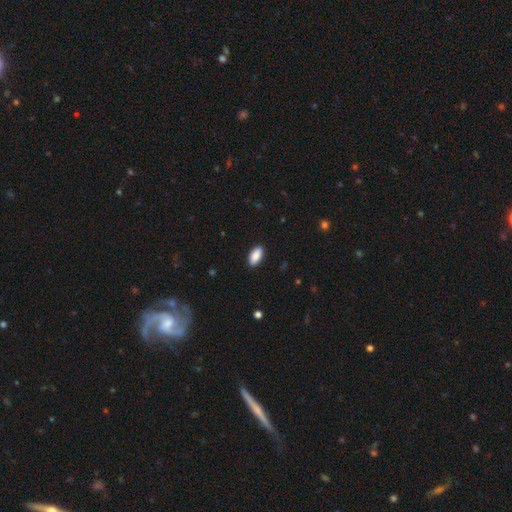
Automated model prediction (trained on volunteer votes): Smooth or featured?
  - smooth: 90% *
  - star or artifact: 6%
  - featured or disk: 4%
How rounded?
  - in between: 92% *
  - cigar-shaped: 6%
  - round: 2%
Merging?
  - none: 90% *
  - minor disturbance: 7%
  - major disturbance: 2%
  - merger: 1%